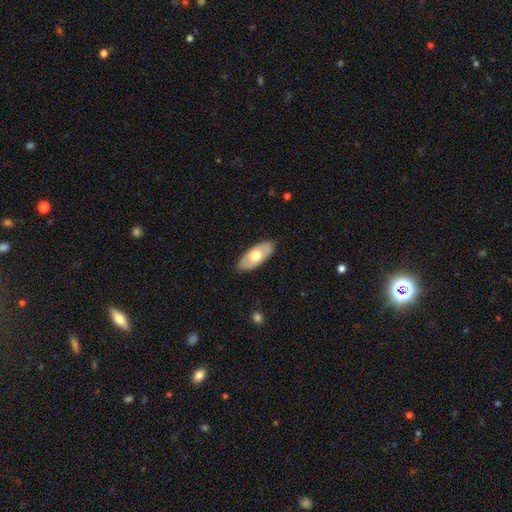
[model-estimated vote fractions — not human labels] smooth_or_featured: smooth (p=0.54) [alt: featured or disk p=0.41]
how_rounded: in between (p=0.89) [alt: cigar-shaped p=0.08]
merging: none (p=0.86) [alt: minor disturbance p=0.11]